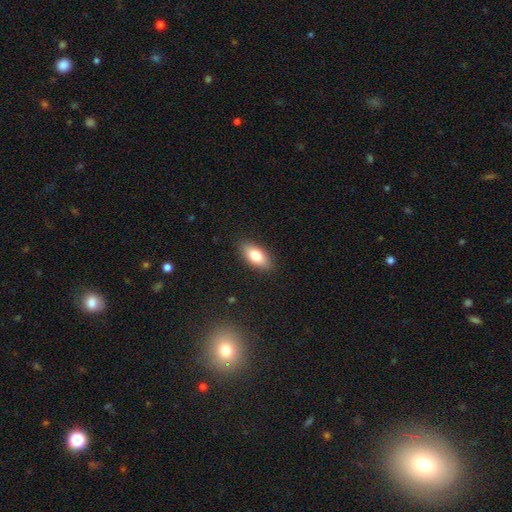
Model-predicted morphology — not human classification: This appears to be a smooth galaxy with no disk features (78%) that is in between round and cigar-shaped (87%). Merging: none (88%).